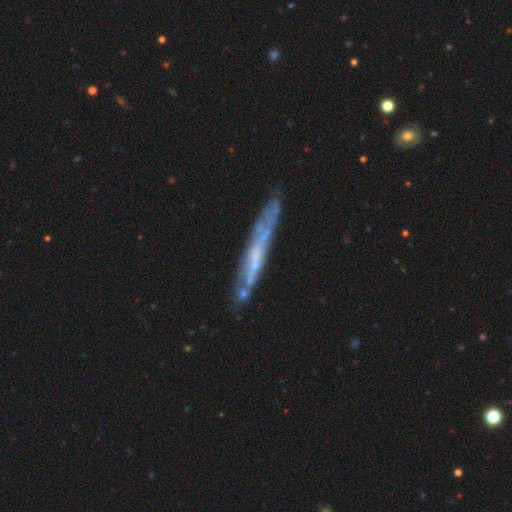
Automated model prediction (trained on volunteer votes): Q: Smooth or featured?
A: featured or disk (65%); runner-up: smooth (27%)
Q: Edge-on disk?
A: yes (77%); runner-up: no (23%)
Q: Merging?
A: none (71%); runner-up: minor disturbance (18%)